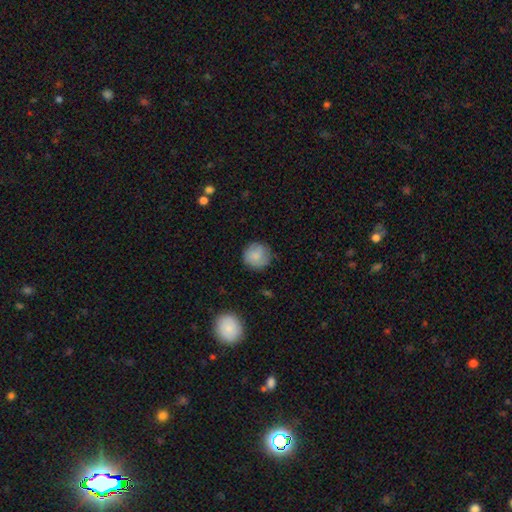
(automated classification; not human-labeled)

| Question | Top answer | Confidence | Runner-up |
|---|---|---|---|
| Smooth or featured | smooth | 82% | featured or disk (11%) |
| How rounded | round | 93% | in between (6%) |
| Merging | none | 81% | minor disturbance (15%) |